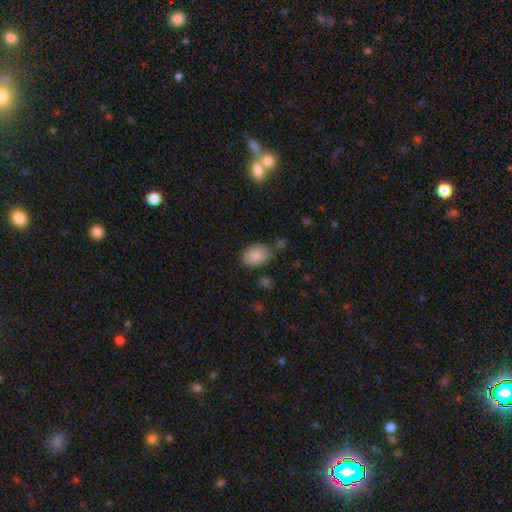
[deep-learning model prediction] Overall: smooth (88%). How rounded: in between (86%). Merging: none (76%).